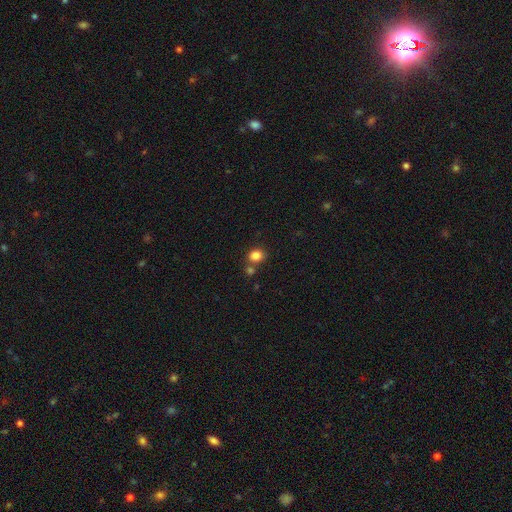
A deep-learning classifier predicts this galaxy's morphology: Smooth or featured: smooth — 83% (star or artifact — 11%)
How rounded: round — 62% (in between — 37%)
Merging: none — 65% (merger — 21%)